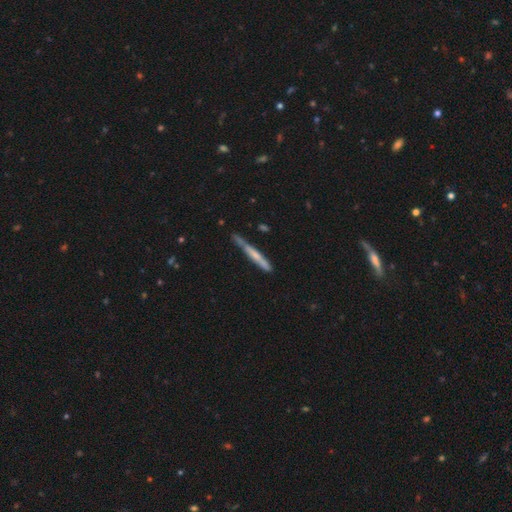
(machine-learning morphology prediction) smooth-or-featured: smooth: 50% | featured or disk: 43% | star or artifact: 6%
  how-rounded: cigar-shaped: 95% | in between: 3% | round: 1%
  merging: none: 64% | minor disturbance: 26% | major disturbance: 5% | merger: 5%